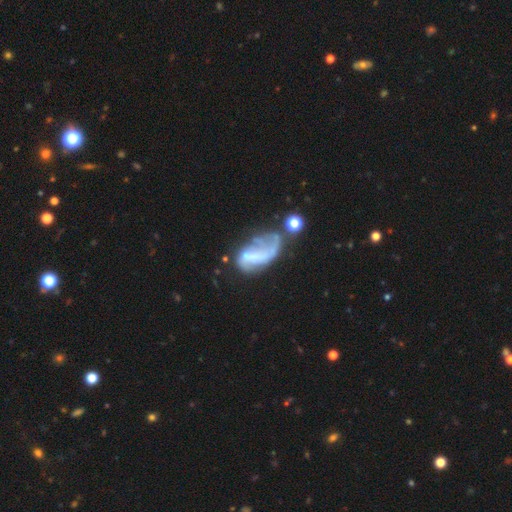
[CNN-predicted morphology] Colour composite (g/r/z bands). It shows a featured or disk galaxy (61%) with no bar (55%), spiral arms (57%) and no central bulge (63%). Merging: major disturbance (39%).